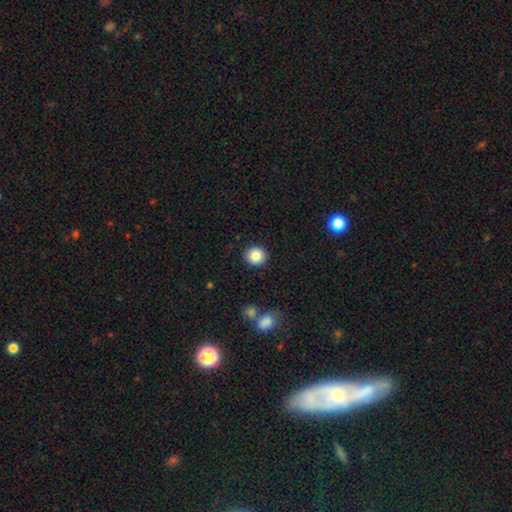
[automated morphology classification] smooth-or-featured: smooth: 86% | star or artifact: 9% | featured or disk: 5%
  how-rounded: round: 90% | in between: 9% | cigar-shaped: 1%
  merging: none: 91% | minor disturbance: 6% | major disturbance: 2% | merger: 2%